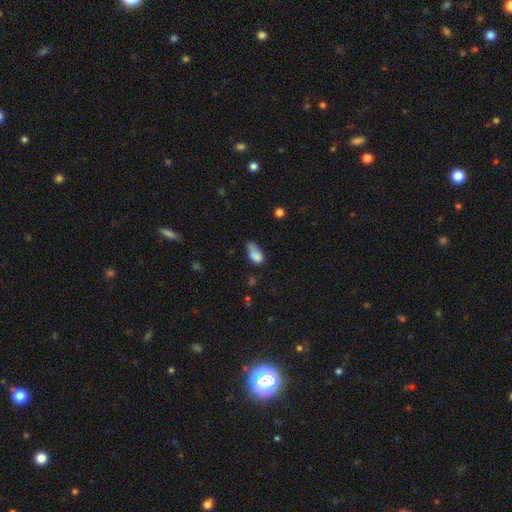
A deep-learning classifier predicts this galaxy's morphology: smooth 78%, featured or disk 12%, star or artifact 10%. Down the decision tree: how rounded — in between (87%); merging — minor disturbance (36%).